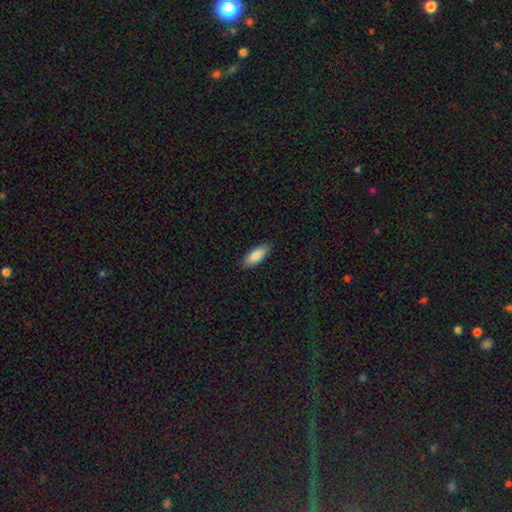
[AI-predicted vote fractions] smooth 87%, featured or disk 7%, star or artifact 6%. Down the decision tree: how rounded — in between (75%); merging — none (87%).